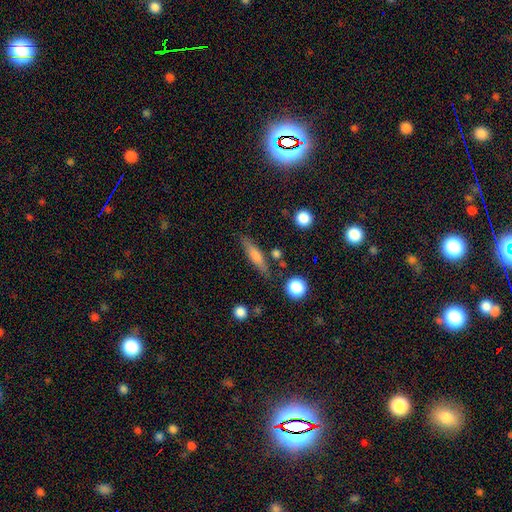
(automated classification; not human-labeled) Smooth or featured: smooth — 57% (featured or disk — 35%)
How rounded: cigar-shaped — 78% (in between — 19%)
Merging: none — 81% (minor disturbance — 11%)